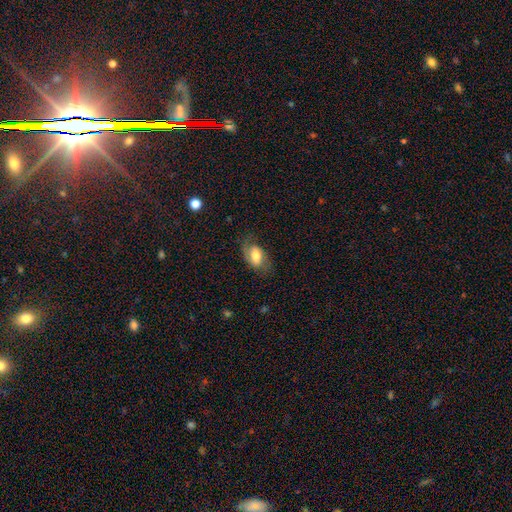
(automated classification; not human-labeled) A smooth galaxy with no disk features (56%) that is in between round and cigar-shaped (87%).

Vote fractions:
- Smooth or featured? smooth: 56% / featured or disk: 36% / star or artifact: 8%
- How rounded? in between: 87% / round: 11% / cigar-shaped: 2%
- Merging? none: 67% / minor disturbance: 21% / major disturbance: 11% / merger: 1%